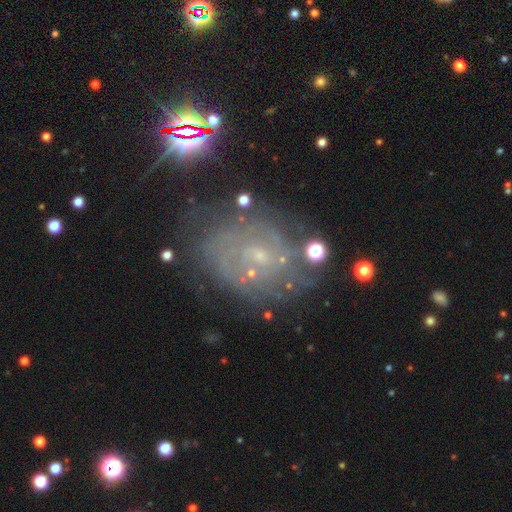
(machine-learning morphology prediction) smooth-or-featured: featured or disk: 72% | star or artifact: 16% | smooth: 12%
  disk-edge-on: no: 97% | yes: 3%
    bar: no: 54% | weak: 37% | strong: 9%
    has-spiral-arms: yes: 83% | no: 17%
      spiral-winding: tight: 61% | medium: 29% | loose: 10%
      spiral-arm-count: can't tell: 47% | 2: 25% | 3: 9% | 4: 7% | more than 4: 6% | 1: 5%
    bulge-size: small: 77% | none: 11% | moderate: 10% | large: 1% | dominant: 1%
  merging: none: 68% | minor disturbance: 17% | major disturbance: 10% | merger: 5%